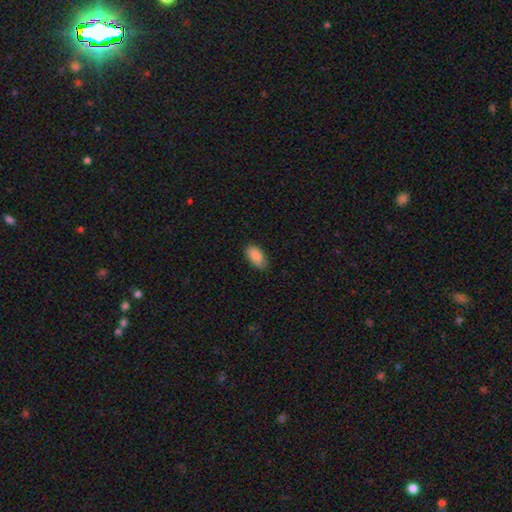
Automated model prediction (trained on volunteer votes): The model was most divided on "merging": none: 83%, minor disturbance: 14%, major disturbance: 2%, merger: 1%. More confident: how rounded — in between (93%); smooth or featured — smooth (88%).